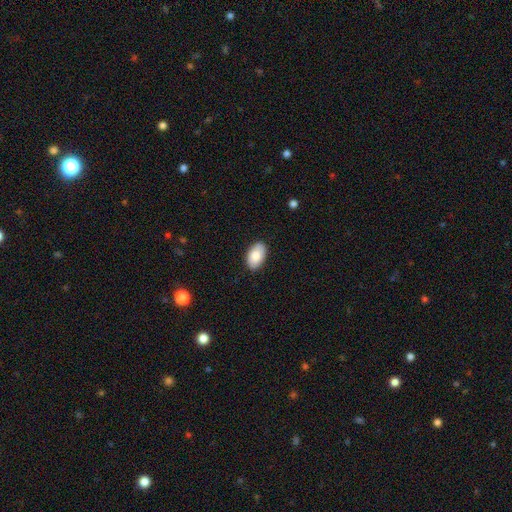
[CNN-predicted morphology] A smooth galaxy with no disk features (84%) that is in between round and cigar-shaped (94%).

Vote fractions:
- Smooth or featured? smooth: 84% / featured or disk: 9% / star or artifact: 6%
- How rounded? in between: 94% / round: 5% / cigar-shaped: 1%
- Merging? none: 87% / minor disturbance: 10% / major disturbance: 2% / merger: 1%